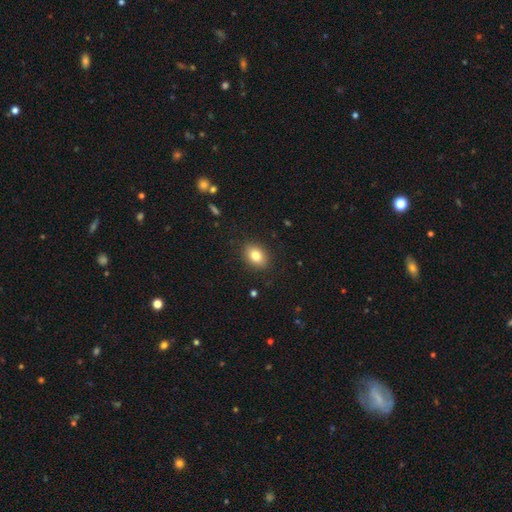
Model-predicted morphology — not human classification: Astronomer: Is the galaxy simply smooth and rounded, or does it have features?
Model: smooth — 81%.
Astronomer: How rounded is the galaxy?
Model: in between — 70%.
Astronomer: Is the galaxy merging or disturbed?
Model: none — 87%.